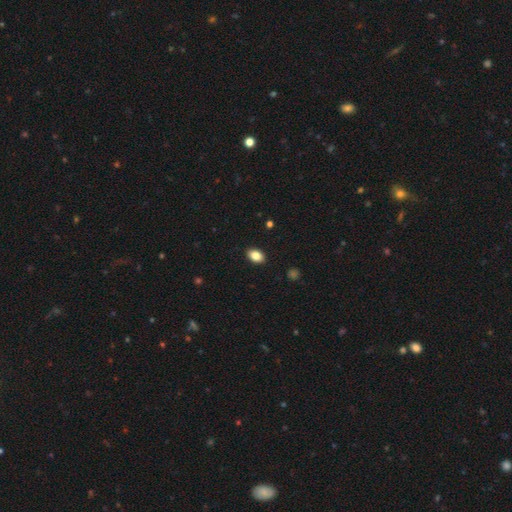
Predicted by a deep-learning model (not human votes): smooth_or_featured: smooth (p=0.85) [alt: star or artifact p=0.08]
how_rounded: in between (p=0.85) [alt: round p=0.14]
merging: none (p=0.90) [alt: minor disturbance p=0.08]